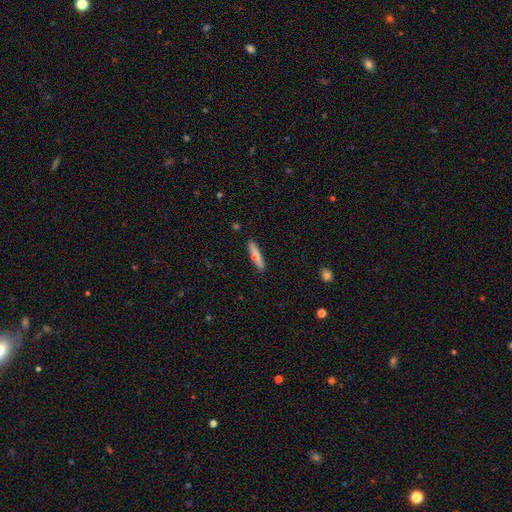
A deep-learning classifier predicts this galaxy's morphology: Smooth or featured? Predicted: smooth (p=0.65). How rounded? Predicted: cigar-shaped (p=0.87). Merging? Predicted: none (p=0.84).